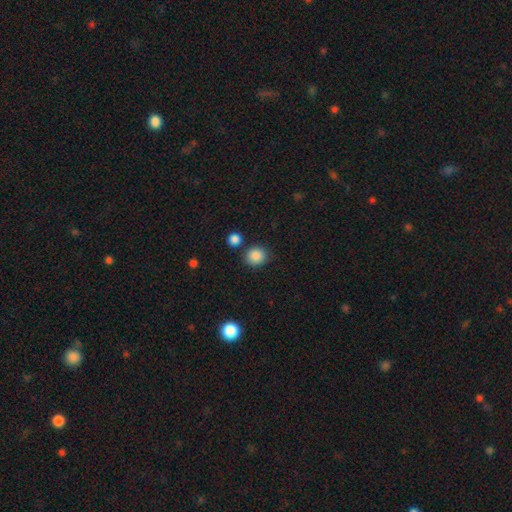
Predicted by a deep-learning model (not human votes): Smooth or featured? smooth (87%)
How rounded? round (83%)
Merging? none (82%)